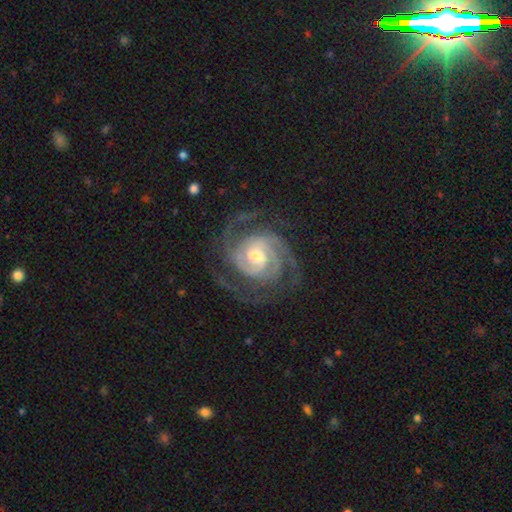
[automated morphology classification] A featured or disk galaxy (92%) with no bar (52%), 2 (29%) tight (62%) spiral arms (98%) and a moderate central bulge (59%).

Vote fractions:
- Smooth or featured? featured or disk: 92% / star or artifact: 4% / smooth: 4%
- Edge-on disk? no: 98% / yes: 2%
- Bar? no: 52% / weak: 37% / strong: 11%
- Spiral arms? yes: 98% / no: 2%
- Spiral winding? tight: 62% / medium: 32% / loose: 7%
- Spiral arm count? 2: 29% / 3: 27% / can't tell: 16% / 4: 12% / more than 4: 8% / 1: 8%
- Bulge size? moderate: 59% / small: 33% / large: 6% / none: 1% / dominant: 1%
- Merging? none: 71% / minor disturbance: 15% / major disturbance: 13% / merger: 1%